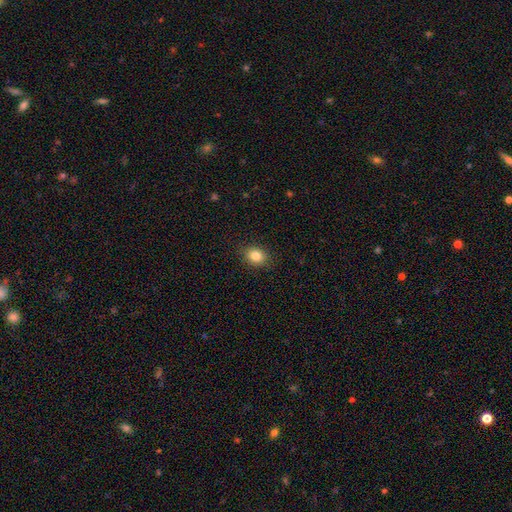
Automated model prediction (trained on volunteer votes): The model was most divided on "how rounded": round: 52%, in between: 47%, cigar-shaped: 1%. More confident: merging — none (89%); smooth or featured — smooth (84%).